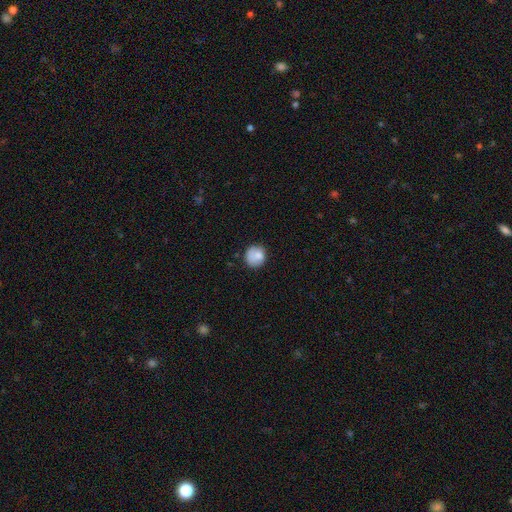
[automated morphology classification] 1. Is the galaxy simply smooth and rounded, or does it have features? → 79% smooth, 13% featured or disk, 8% star or artifact.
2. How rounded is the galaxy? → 84% round, 15% in between, 1% cigar-shaped.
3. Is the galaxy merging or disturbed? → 67% none, 21% minor disturbance, 7% major disturbance, 5% merger.